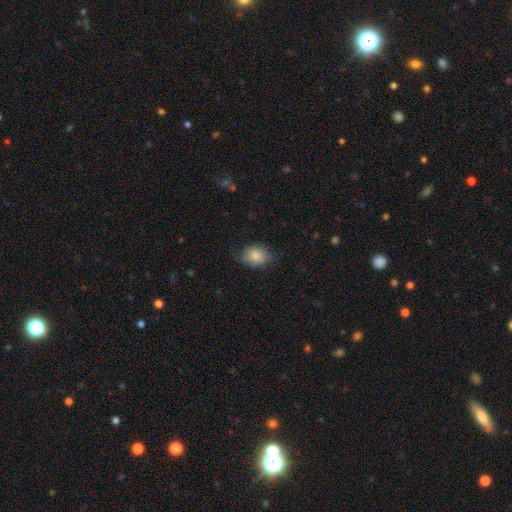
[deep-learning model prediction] A smooth galaxy with no disk features (84%) that is in between round and cigar-shaped (59%).

Vote fractions:
- Smooth or featured? smooth: 84% / featured or disk: 8% / star or artifact: 8%
- How rounded? in between: 59% / round: 40% / cigar-shaped: 1%
- Merging? none: 68% / minor disturbance: 25% / major disturbance: 6% / merger: 1%